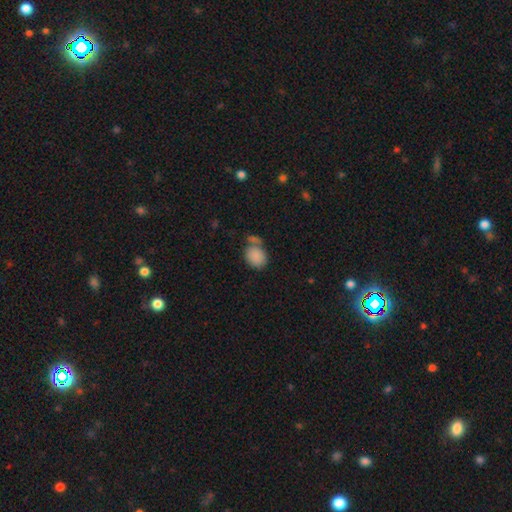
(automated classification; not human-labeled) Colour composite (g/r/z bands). It shows a smooth galaxy with no disk features (87%) that is round (53%). Merging: none (52%).